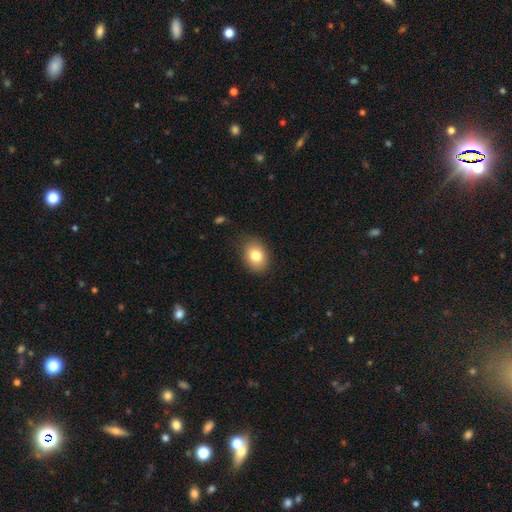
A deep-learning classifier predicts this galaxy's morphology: Q: Smooth or featured?
A: smooth (80%); runner-up: featured or disk (11%)
Q: How rounded?
A: in between (62%); runner-up: round (37%)
Q: Merging?
A: none (82%); runner-up: minor disturbance (13%)